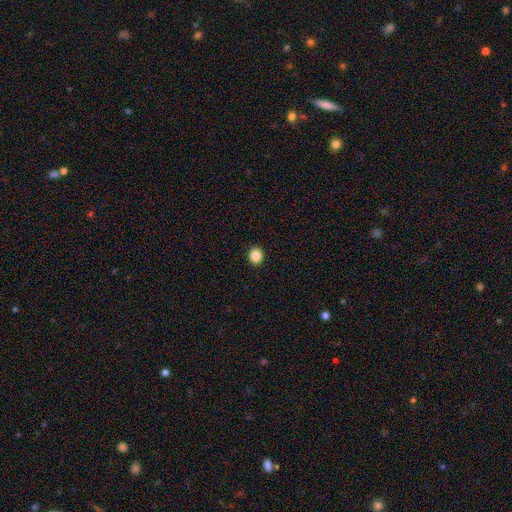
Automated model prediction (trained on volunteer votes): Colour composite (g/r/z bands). It shows a smooth galaxy with no disk features (87%) that is round (83%). Merging: none (93%).